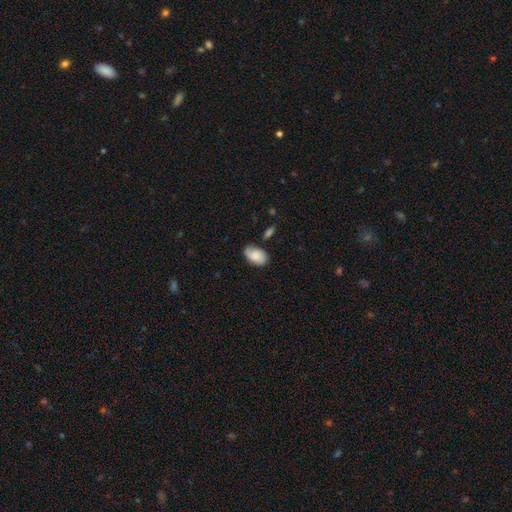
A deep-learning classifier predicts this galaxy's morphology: Smooth or featured?
  - smooth: 72% *
  - featured or disk: 21%
  - star or artifact: 7%
How rounded?
  - in between: 90% *
  - round: 8%
  - cigar-shaped: 1%
Merging?
  - none: 67% *
  - minor disturbance: 23%
  - major disturbance: 5%
  - merger: 5%